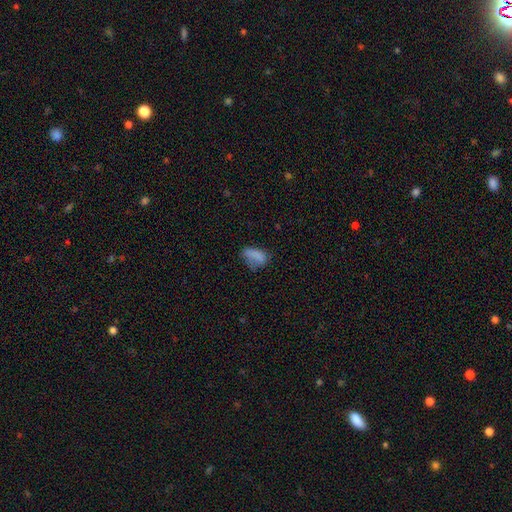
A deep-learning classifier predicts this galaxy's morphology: smooth_or_featured: smooth (p=0.74) [alt: featured or disk p=0.14]
how_rounded: in between (p=0.86) [alt: cigar-shaped p=0.08]
merging: none (p=0.37) [alt: minor disturbance p=0.30]